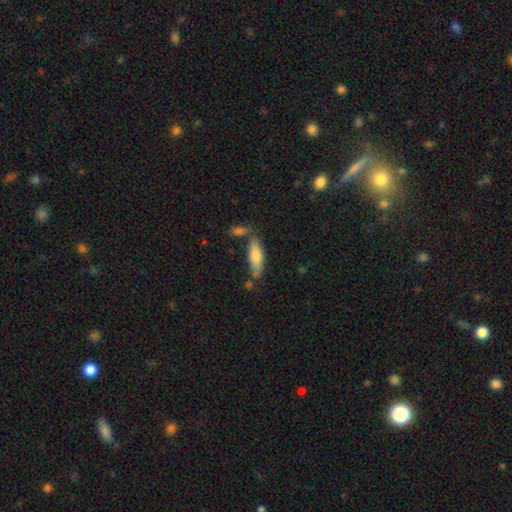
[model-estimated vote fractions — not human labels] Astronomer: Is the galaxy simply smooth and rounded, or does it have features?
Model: smooth — 73%.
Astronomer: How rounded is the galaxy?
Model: in between — 54% (runner-up: cigar-shaped, 44%).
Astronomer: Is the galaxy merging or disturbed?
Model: none — 65%.